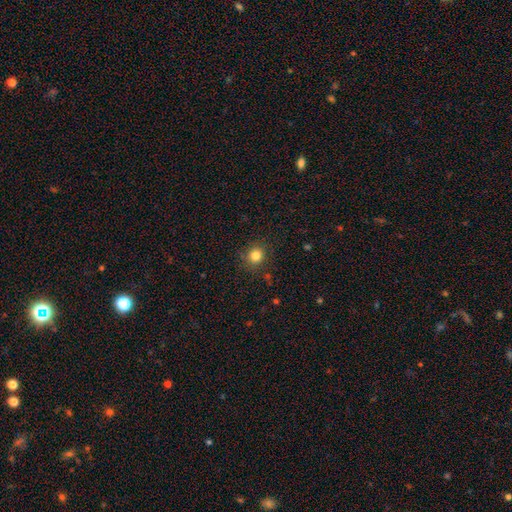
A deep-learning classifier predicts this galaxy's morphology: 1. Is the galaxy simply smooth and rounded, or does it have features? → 82% smooth, 13% star or artifact, 5% featured or disk.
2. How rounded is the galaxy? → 91% round, 8% in between, 1% cigar-shaped.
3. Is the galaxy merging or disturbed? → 87% none, 8% minor disturbance, 3% major disturbance, 1% merger.